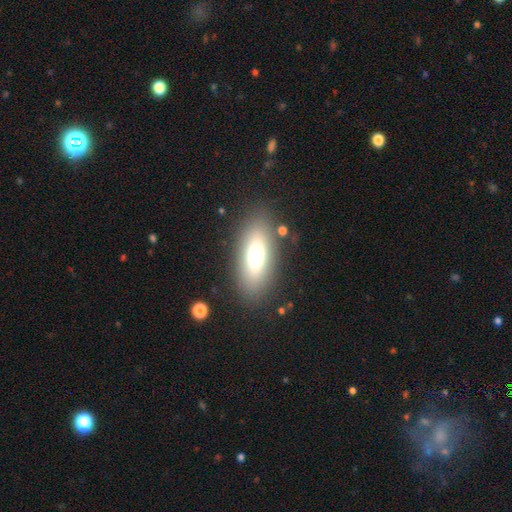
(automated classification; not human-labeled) Smooth or featured? Predicted: smooth (p=0.72). How rounded? Predicted: in between (p=0.79). Merging? Predicted: none (p=0.83).